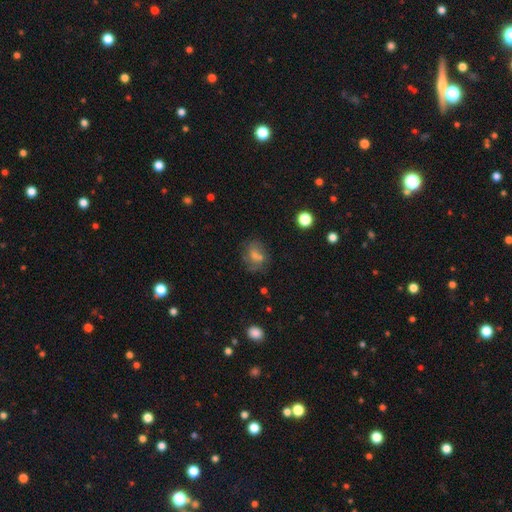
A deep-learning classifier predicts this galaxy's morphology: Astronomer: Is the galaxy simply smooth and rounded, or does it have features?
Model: smooth — 58%.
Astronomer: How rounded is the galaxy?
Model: in between — 50% (runner-up: round, 49%).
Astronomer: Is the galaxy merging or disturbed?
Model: none — 46% (runner-up: merger, 23%).